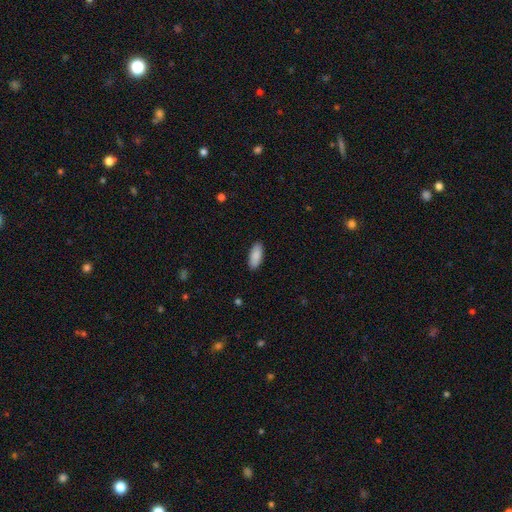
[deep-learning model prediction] smooth-or-featured: smooth: 89% | star or artifact: 6% | featured or disk: 5%
  how-rounded: in between: 85% | cigar-shaped: 13% | round: 2%
  merging: none: 89% | minor disturbance: 8% | major disturbance: 2% | merger: 1%